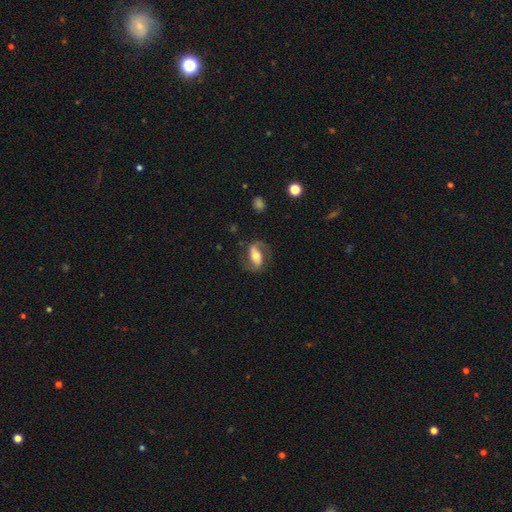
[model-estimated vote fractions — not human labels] This is likely a featured or disk galaxy (76%). It is clearly not viewed edge-on (94%). Bar: marginally strong (45%). Spiral arm pattern: clearly yes (91%). Spiral arm count: clearly 2 (88%). Spiral winding: possibly medium (46%). Central bulge: likely moderate (65%). Merging: likely none (75%).